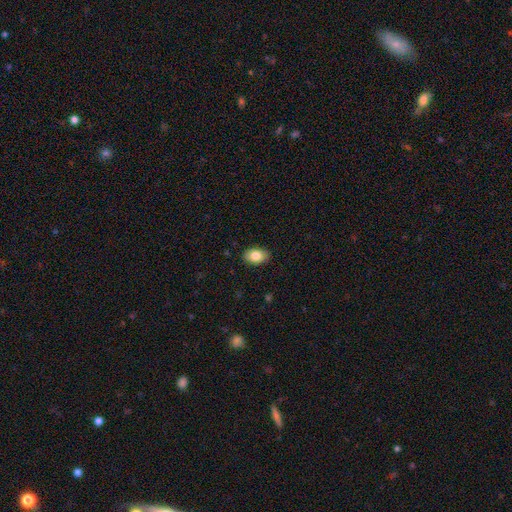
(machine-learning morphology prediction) smooth 83%, featured or disk 9%, star or artifact 7%. Down the decision tree: how rounded — in between (87%); merging — none (88%).